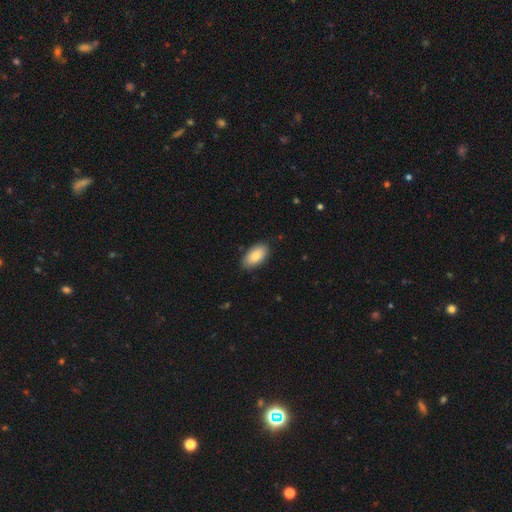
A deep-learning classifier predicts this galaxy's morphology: Smooth or featured? smooth (83%)
How rounded? in between (94%)
Merging? none (85%)